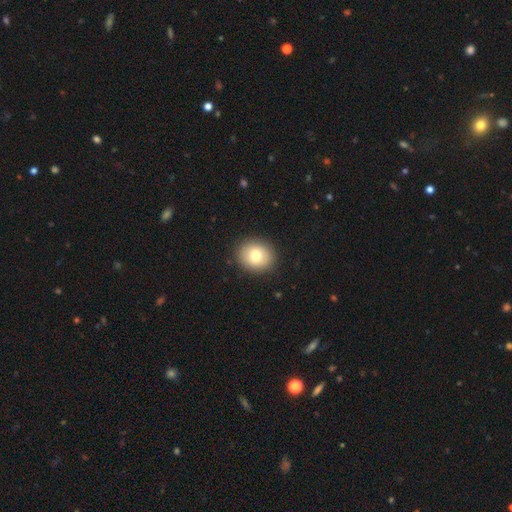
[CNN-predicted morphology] Smooth or featured?
  - smooth: 77% *
  - featured or disk: 14%
  - star or artifact: 9%
How rounded?
  - round: 71% *
  - in between: 28%
  - cigar-shaped: 1%
Merging?
  - none: 90% *
  - minor disturbance: 7%
  - major disturbance: 2%
  - merger: 1%